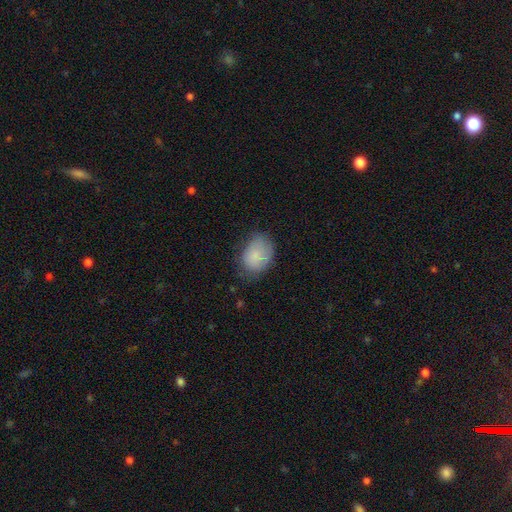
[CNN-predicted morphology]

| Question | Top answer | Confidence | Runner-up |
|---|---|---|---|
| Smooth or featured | smooth | 80% | featured or disk (13%) |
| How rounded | in between | 73% | round (26%) |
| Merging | none | 57% | minor disturbance (30%) |